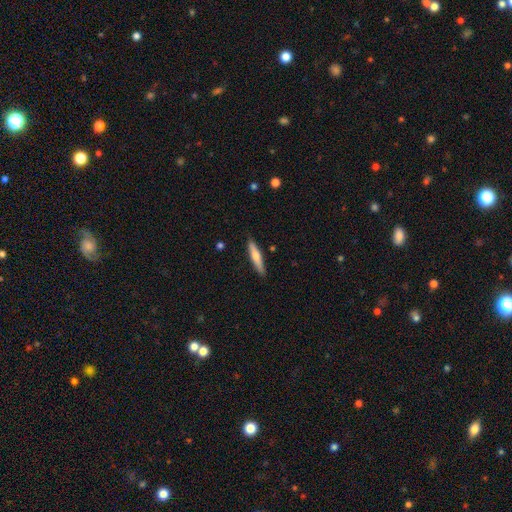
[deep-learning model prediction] Morphology: type=smooth (61%); roundness=cigar-shaped (88%); merging=none (87%).